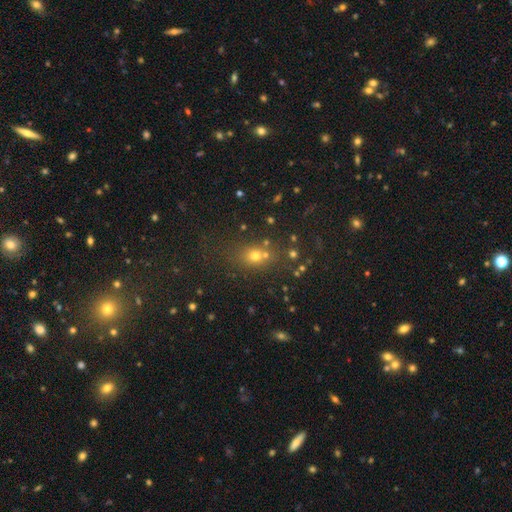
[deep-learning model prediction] Smooth or featured: smooth — 55% (star or artifact — 34%)
How rounded: round — 60% (in between — 37%)
Merging: none — 66% (merger — 15%)